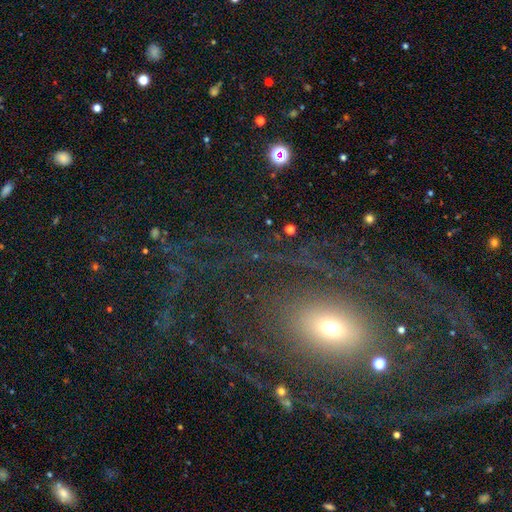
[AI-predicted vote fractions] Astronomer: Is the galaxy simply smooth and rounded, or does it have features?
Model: featured or disk — 61%.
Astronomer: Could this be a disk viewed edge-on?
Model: no — 91%.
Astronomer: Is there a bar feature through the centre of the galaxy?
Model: no — 72%.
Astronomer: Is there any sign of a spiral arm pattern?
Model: yes — 66%.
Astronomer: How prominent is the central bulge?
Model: moderate — 47% (runner-up: small, 42%).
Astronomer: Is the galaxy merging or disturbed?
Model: none — 69%.